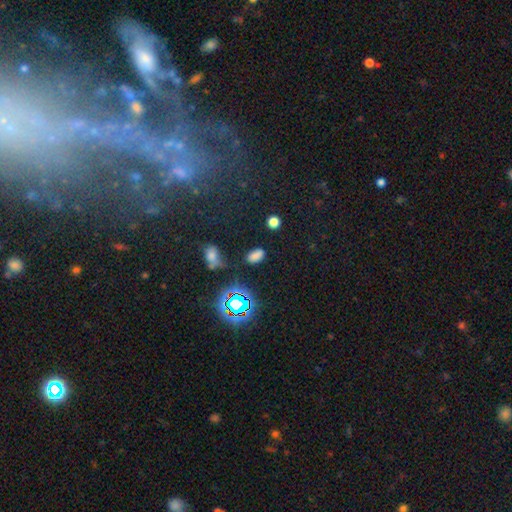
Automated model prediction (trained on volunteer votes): Overall: smooth (66%; star or artifact 27%). How rounded: in between (88%). Merging: none (78%).